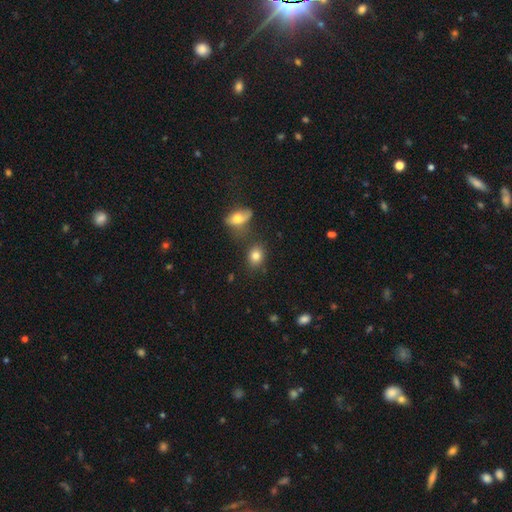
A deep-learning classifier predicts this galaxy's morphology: Smooth or featured? smooth (80%)
How rounded? in between (54%)
Merging? none (69%)